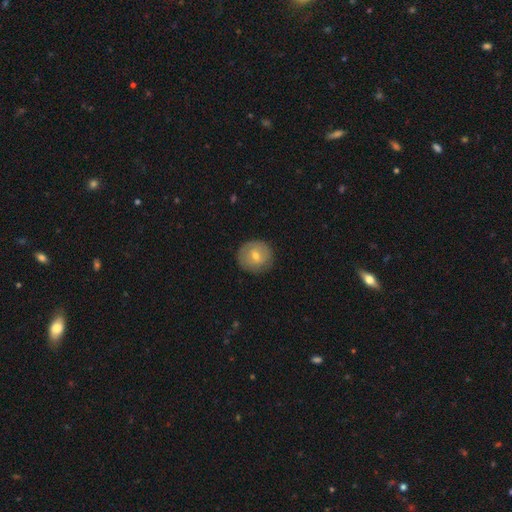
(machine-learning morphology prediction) smooth 59%, featured or disk 32%, star or artifact 9%. Down the decision tree: how rounded — round (92%); merging — none (87%).